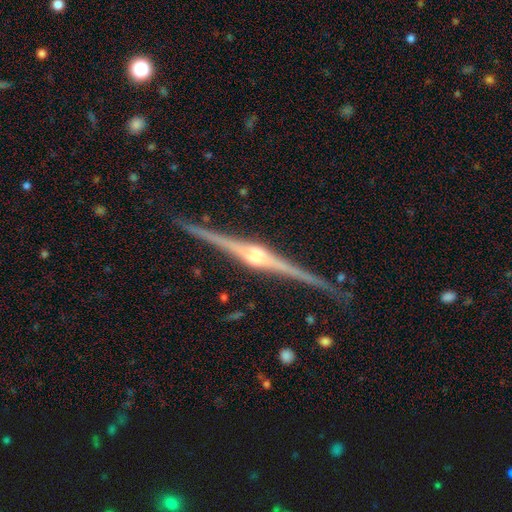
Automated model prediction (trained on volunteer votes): Smooth or featured?
  - featured or disk: 92% *
  - star or artifact: 4%
  - smooth: 4%
Edge-on disk?
  - yes: 99% *
  - no: 1%
Edge-on bulge?
  - rounded: 90% *
  - boxy: 6%
  - none: 3%
Merging?
  - none: 90% *
  - minor disturbance: 8%
  - major disturbance: 1%
  - merger: 1%